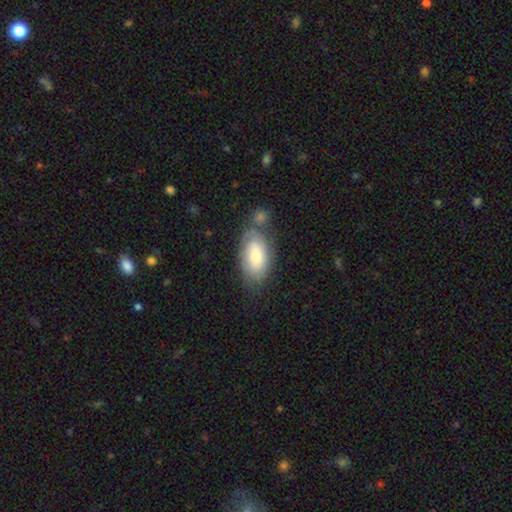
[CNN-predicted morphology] Q: Smooth or featured?
A: smooth (69%); runner-up: featured or disk (25%)
Q: How rounded?
A: in between (93%); runner-up: round (4%)
Q: Merging?
A: none (54%); runner-up: minor disturbance (22%)